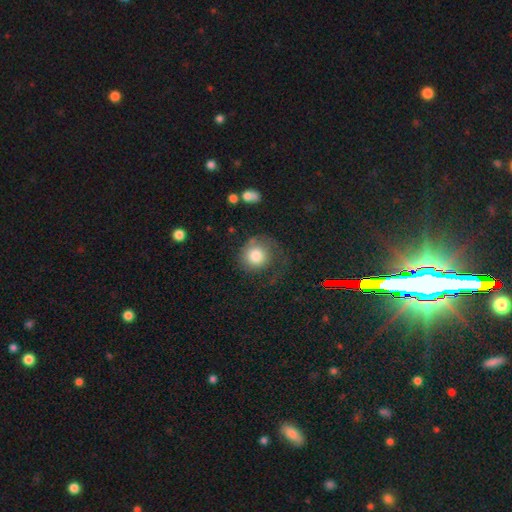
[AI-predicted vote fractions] This appears to be a smooth galaxy with no disk features (75%) that is round (87%). Merging: none (50%).